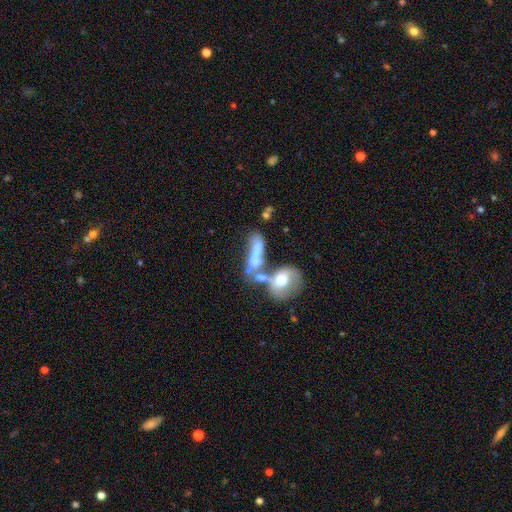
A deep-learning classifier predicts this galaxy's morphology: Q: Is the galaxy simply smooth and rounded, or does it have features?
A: smooth — 53%.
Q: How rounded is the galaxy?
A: in between — 51%.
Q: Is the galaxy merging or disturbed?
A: merger — 51%.